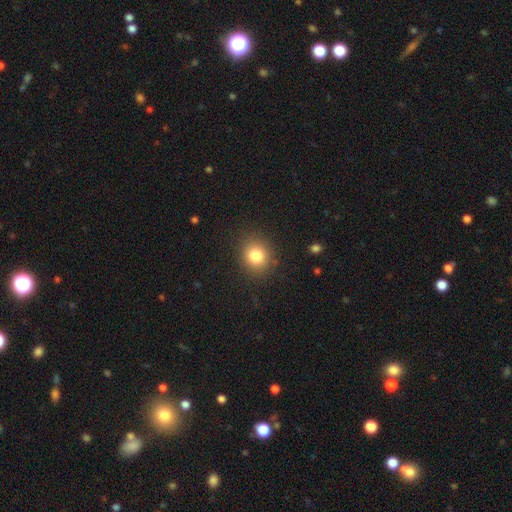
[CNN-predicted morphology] type=smooth (81%); roundness=round (80%); merging=none (88%).